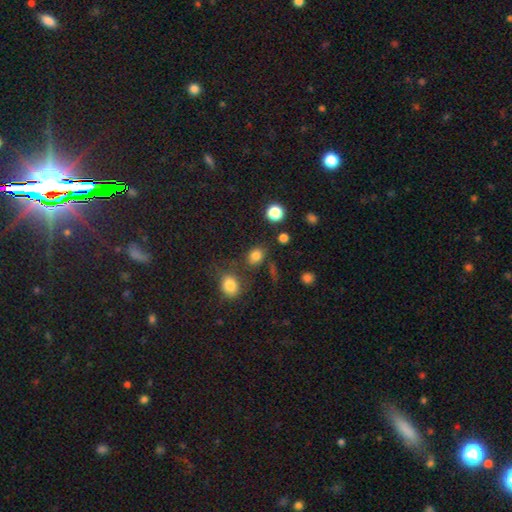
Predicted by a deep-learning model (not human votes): Smooth or featured?
  - smooth: 81% *
  - star or artifact: 13%
  - featured or disk: 6%
How rounded?
  - round: 52% *
  - in between: 47%
  - cigar-shaped: 1%
Merging?
  - none: 70% *
  - minor disturbance: 14%
  - merger: 10%
  - major disturbance: 6%